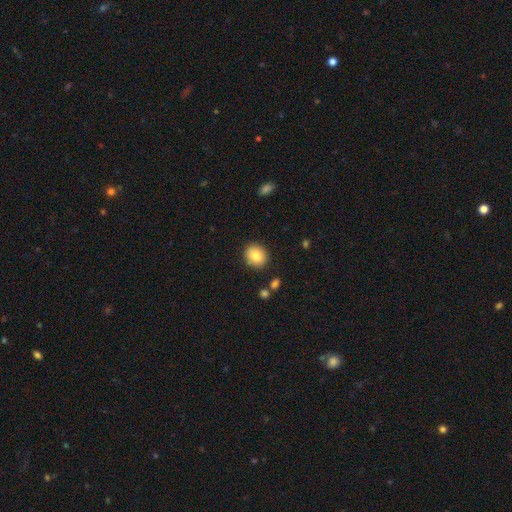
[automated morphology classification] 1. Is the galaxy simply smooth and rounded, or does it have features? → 84% smooth, 8% star or artifact, 8% featured or disk.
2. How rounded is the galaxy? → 71% round, 28% in between, 1% cigar-shaped.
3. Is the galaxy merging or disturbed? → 88% none, 8% minor disturbance, 2% major disturbance, 2% merger.